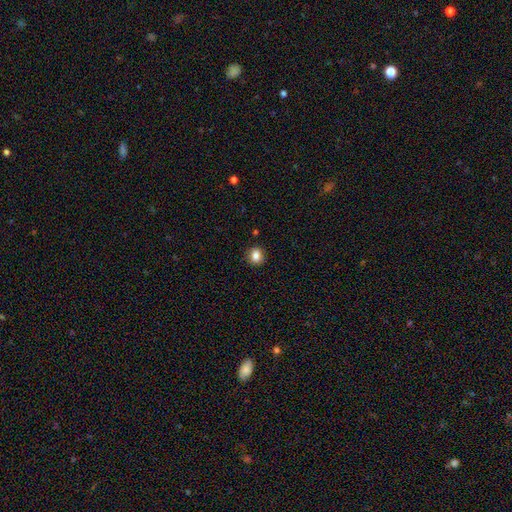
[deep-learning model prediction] Overall: smooth (84%). How rounded: round (72%). Merging: none (90%).